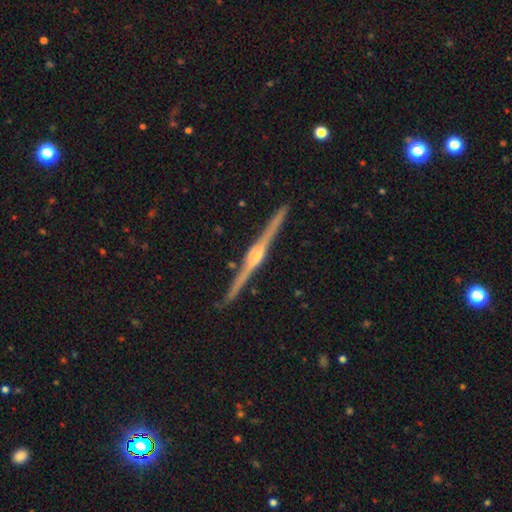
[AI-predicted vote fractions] smooth_or_featured: featured or disk (p=0.90) [alt: smooth p=0.05]
disk_edge_on: yes (p=0.99) [alt: no p=0.01]
edge_on_bulge: rounded (p=0.85) [alt: boxy p=0.08]
merging: none (p=0.93) [alt: minor disturbance p=0.05]